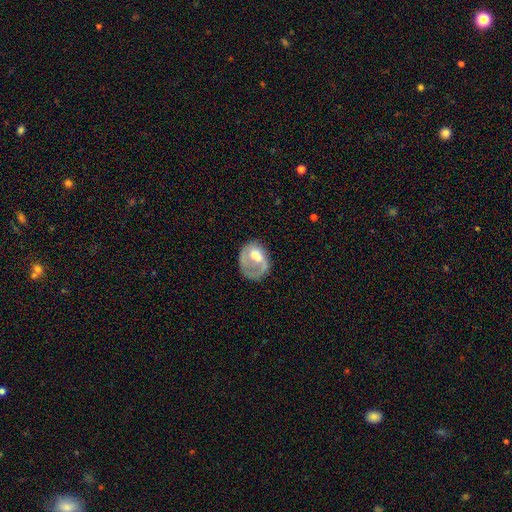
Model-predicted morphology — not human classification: Smooth or featured: featured or disk — 51% (smooth — 42%)
Edge-on disk: no — 97% (yes — 3%)
Merging: major disturbance — 38% (none — 36%)